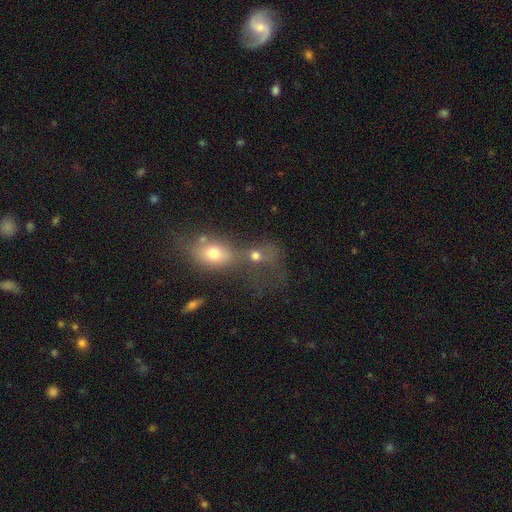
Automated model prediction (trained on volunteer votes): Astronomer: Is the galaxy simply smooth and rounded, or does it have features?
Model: smooth — 66%.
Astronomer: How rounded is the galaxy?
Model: round — 51% (runner-up: in between, 46%).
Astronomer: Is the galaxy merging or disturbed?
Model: merger — 58%.